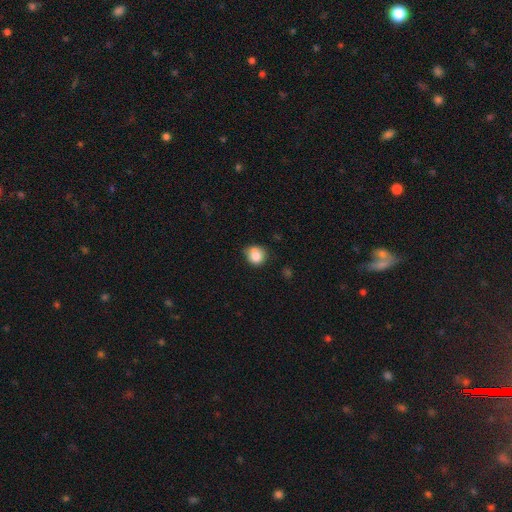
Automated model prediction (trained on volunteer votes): Smooth or featured? Predicted: smooth (p=0.84). How rounded? Predicted: round (p=0.82). Merging? Predicted: none (p=0.68).